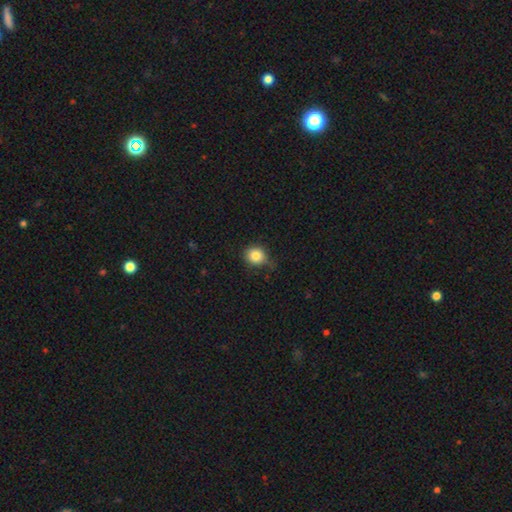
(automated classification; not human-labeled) Morphology: type=smooth (84%); roundness=round (81%); merging=none (66%).